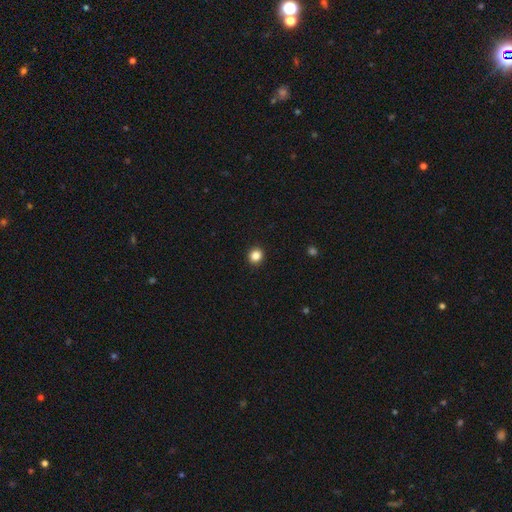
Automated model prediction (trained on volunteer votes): Q: Smooth or featured?
A: smooth (86%); runner-up: star or artifact (11%)
Q: How rounded?
A: round (86%); runner-up: in between (13%)
Q: Merging?
A: none (93%); runner-up: minor disturbance (5%)